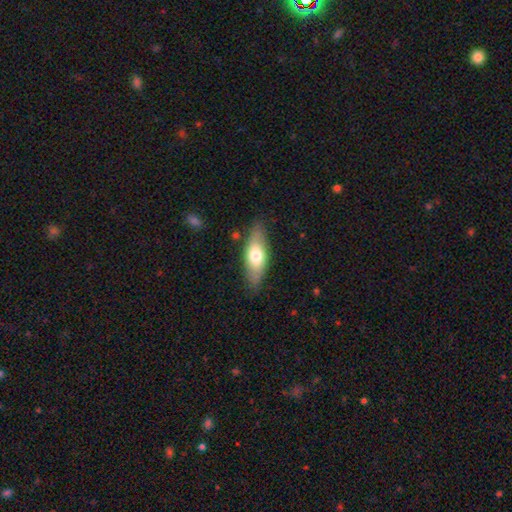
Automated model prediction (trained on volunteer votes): Smooth or featured?
  - smooth: 62% *
  - featured or disk: 32%
  - star or artifact: 6%
How rounded?
  - in between: 69% *
  - cigar-shaped: 28%
  - round: 3%
Merging?
  - none: 80% *
  - minor disturbance: 15%
  - major disturbance: 3%
  - merger: 2%